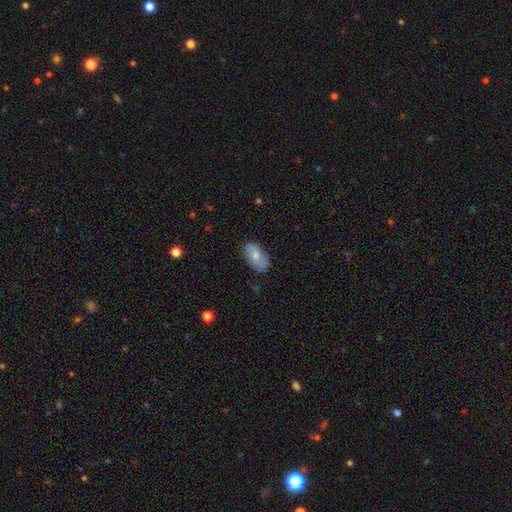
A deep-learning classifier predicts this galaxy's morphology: Overall: smooth (58%; featured or disk 36%). How rounded: in between (92%). Merging: none (80%).